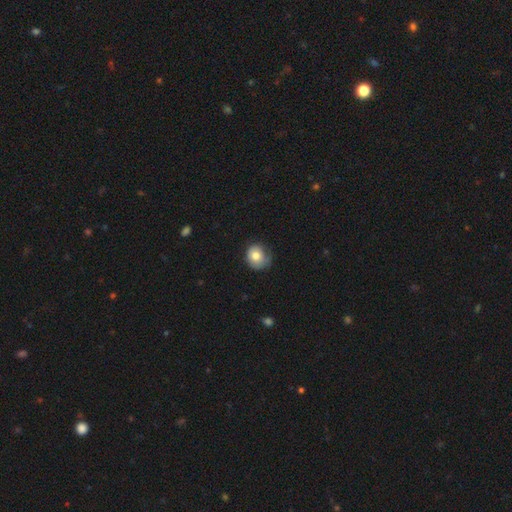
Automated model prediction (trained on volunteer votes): A smooth galaxy with no disk features (76%) that is round (79%).

Vote fractions:
- Smooth or featured? smooth: 76% / featured or disk: 15% / star or artifact: 9%
- How rounded? round: 79% / in between: 20% / cigar-shaped: 1%
- Merging? none: 55% / minor disturbance: 33% / major disturbance: 10% / merger: 2%